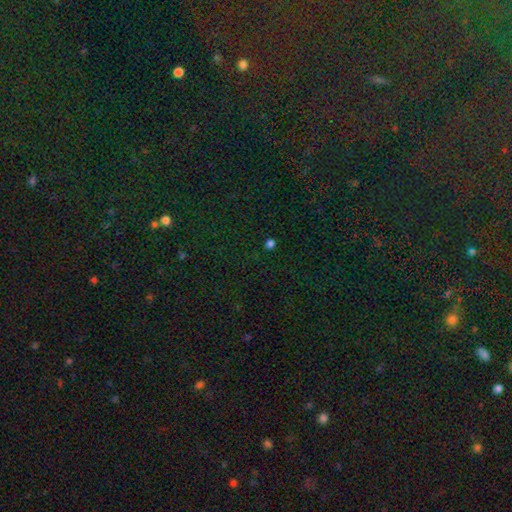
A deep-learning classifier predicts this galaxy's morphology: The model was most divided on "smooth or featured": star or artifact: 78%, smooth: 14%, featured or disk: 8%.